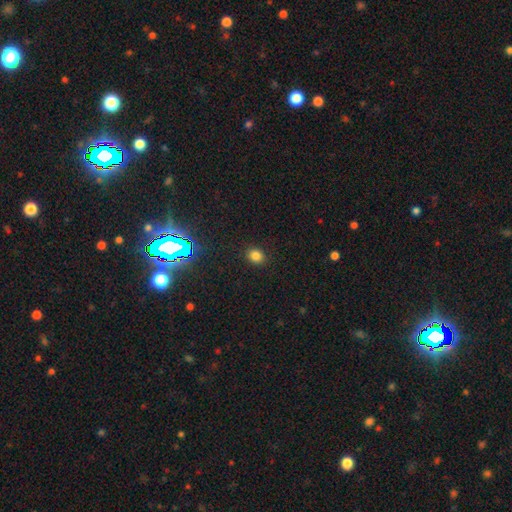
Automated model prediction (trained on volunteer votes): This is likely a smooth galaxy (78%). How rounded: likely round (61%). Merging: clearly none (89%).